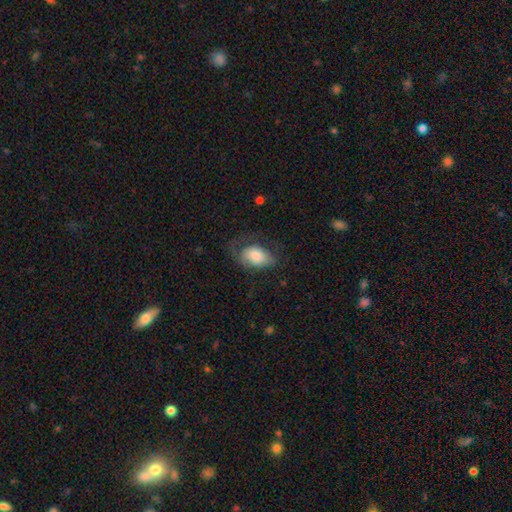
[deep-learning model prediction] smooth_or_featured: smooth (p=0.71) [alt: featured or disk p=0.22]
how_rounded: in between (p=0.89) [alt: round p=0.09]
merging: none (p=0.43) [alt: major disturbance p=0.29]